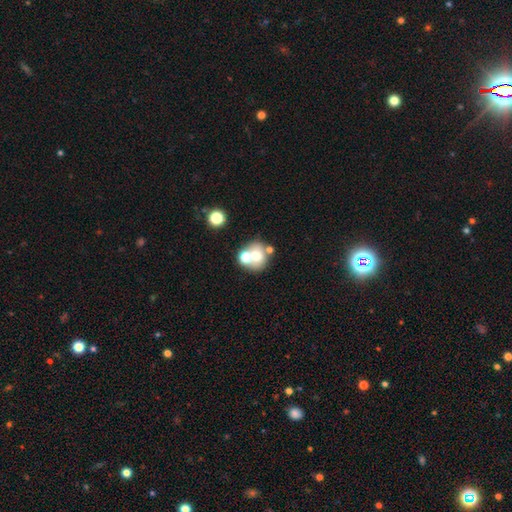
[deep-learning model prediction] Overall: smooth (62%; featured or disk 24%). How rounded: round (78%). Merging: none (48%; merger 40%).